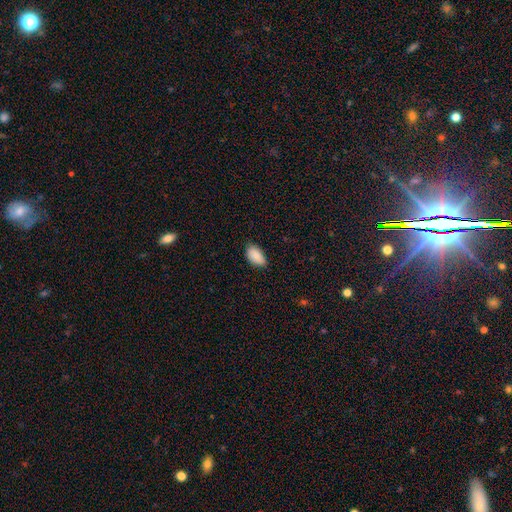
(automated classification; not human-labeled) Q: Smooth or featured?
A: smooth (85%); runner-up: featured or disk (9%)
Q: How rounded?
A: in between (94%); runner-up: round (4%)
Q: Merging?
A: none (74%); runner-up: minor disturbance (22%)